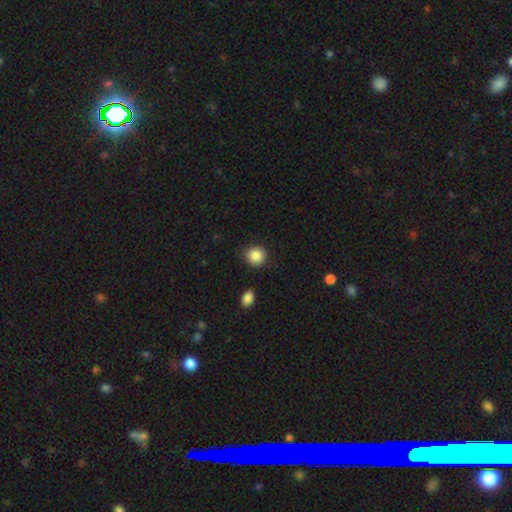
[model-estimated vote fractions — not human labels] smooth_or_featured: smooth (p=0.88) [alt: star or artifact p=0.08]
how_rounded: round (p=0.90) [alt: in between p=0.09]
merging: none (p=0.88) [alt: minor disturbance p=0.07]